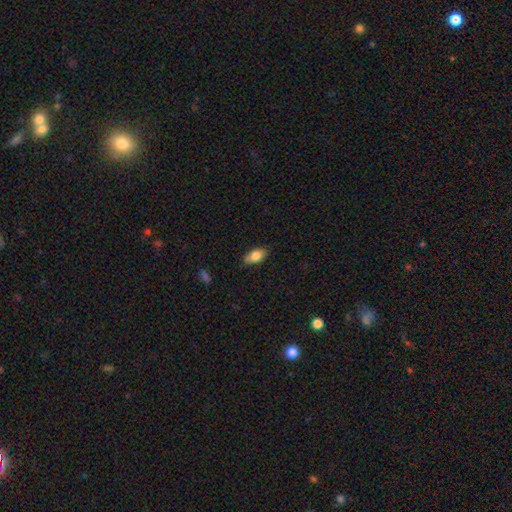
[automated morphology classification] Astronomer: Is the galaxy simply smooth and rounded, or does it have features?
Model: smooth — 81%.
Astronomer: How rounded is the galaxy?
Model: in between — 89%.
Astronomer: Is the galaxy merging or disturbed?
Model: none — 80%.